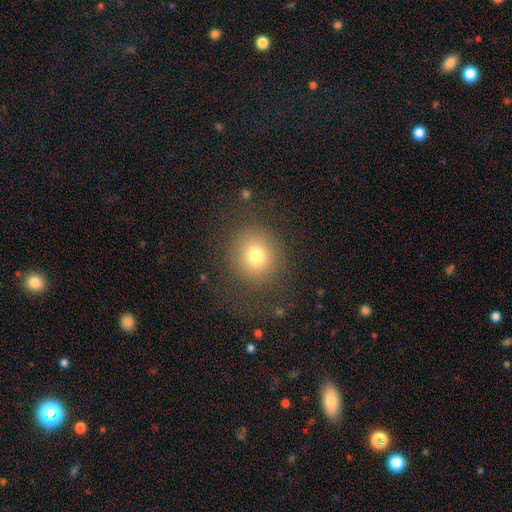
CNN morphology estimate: This is likely a smooth galaxy (74%). How rounded: clearly round (84%). Merging: likely none (79%).